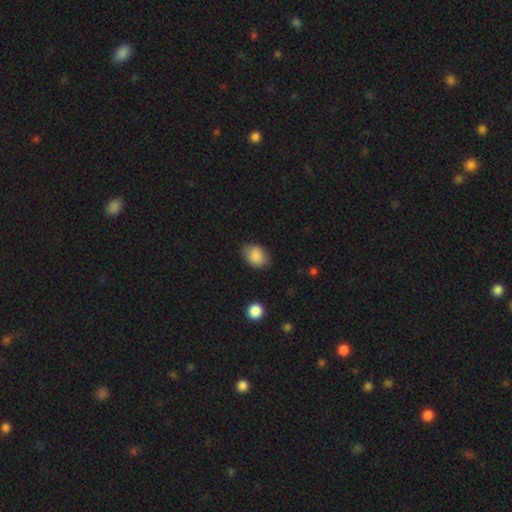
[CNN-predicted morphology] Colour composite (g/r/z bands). It shows a smooth galaxy with no disk features (86%) that is in between round and cigar-shaped (72%). Merging: none (76%).